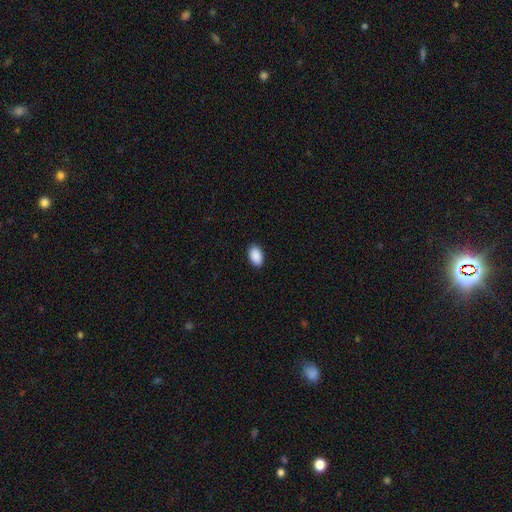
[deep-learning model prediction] Overall: smooth (91%). How rounded: in between (93%). Merging: none (90%).